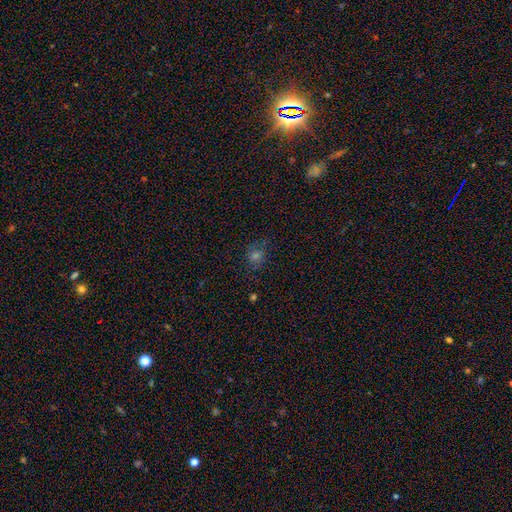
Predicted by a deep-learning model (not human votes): Q: Smooth or featured?
A: smooth (56%); runner-up: star or artifact (29%)
Q: How rounded?
A: round (72%); runner-up: in between (26%)
Q: Merging?
A: none (71%); runner-up: minor disturbance (19%)